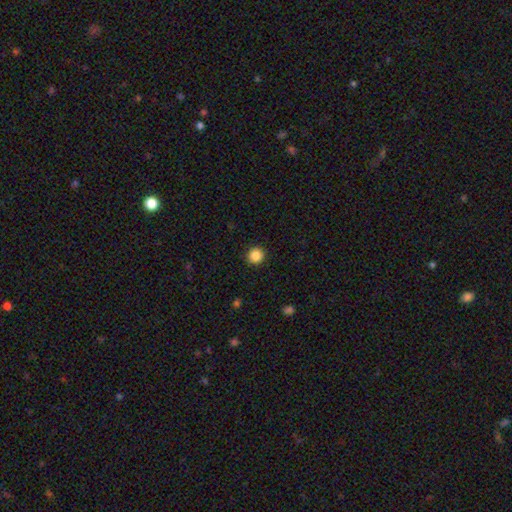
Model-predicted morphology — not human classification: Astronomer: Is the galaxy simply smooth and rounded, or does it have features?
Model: smooth — 86%.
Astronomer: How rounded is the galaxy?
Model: round — 94%.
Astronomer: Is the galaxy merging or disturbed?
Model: none — 92%.